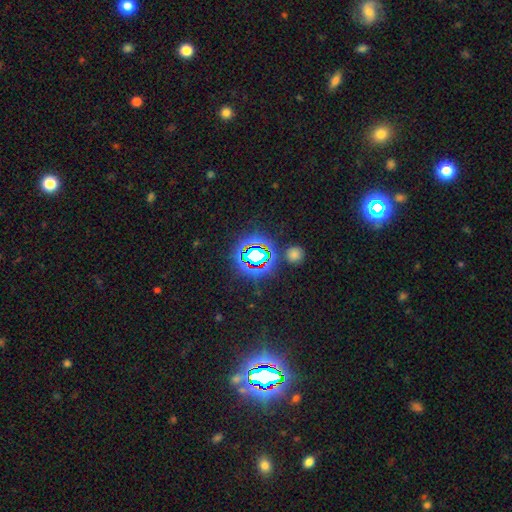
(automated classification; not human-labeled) Smooth or featured?
  - star or artifact: 70% *
  - smooth: 19%
  - featured or disk: 11%